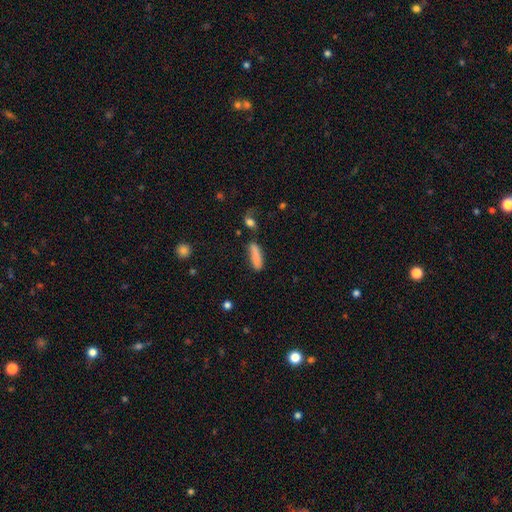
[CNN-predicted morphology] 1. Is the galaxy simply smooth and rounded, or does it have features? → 83% smooth, 9% featured or disk, 7% star or artifact.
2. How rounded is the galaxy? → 67% cigar-shaped, 31% in between, 2% round.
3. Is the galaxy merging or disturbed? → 65% none, 19% minor disturbance, 9% merger, 7% major disturbance.